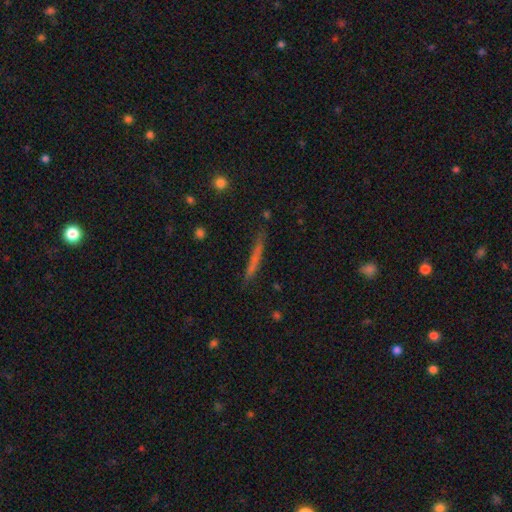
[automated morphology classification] A smooth galaxy with no disk features (62%) that is cigar-shaped (95%). Merging: none (82%).